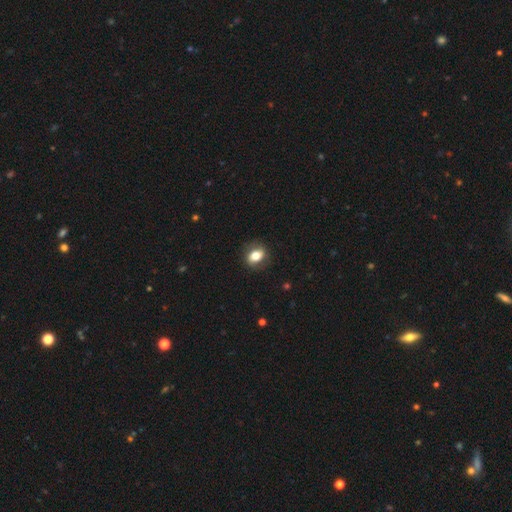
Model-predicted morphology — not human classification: type=smooth (73%); roundness=in between (64%); merging=none (83%).